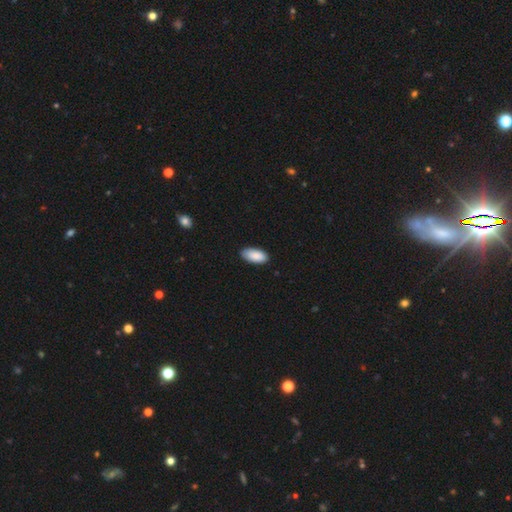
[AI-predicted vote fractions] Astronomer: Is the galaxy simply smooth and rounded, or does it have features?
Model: smooth — 89%.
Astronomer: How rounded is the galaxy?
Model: in between — 94%.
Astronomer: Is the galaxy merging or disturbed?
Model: none — 84%.